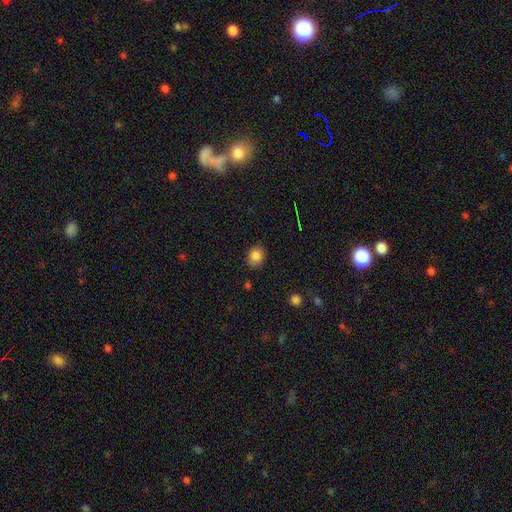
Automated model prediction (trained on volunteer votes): Smooth or featured: smooth — 84% (star or artifact — 11%)
How rounded: round — 63% (in between — 36%)
Merging: none — 84% (minor disturbance — 12%)